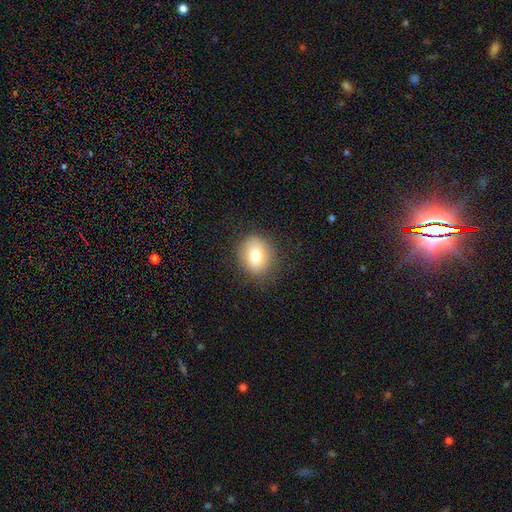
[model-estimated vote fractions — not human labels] A smooth galaxy with no disk features (79%) that is round (55%). Merging: none (83%).